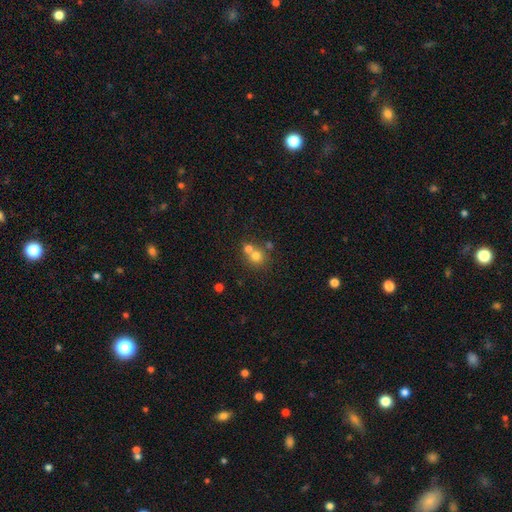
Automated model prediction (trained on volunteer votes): Smooth or featured?
  - smooth: 72% *
  - star or artifact: 15%
  - featured or disk: 13%
How rounded?
  - round: 87% *
  - in between: 12%
  - cigar-shaped: 1%
Merging?
  - none: 46% *
  - merger: 45%
  - minor disturbance: 6%
  - major disturbance: 3%